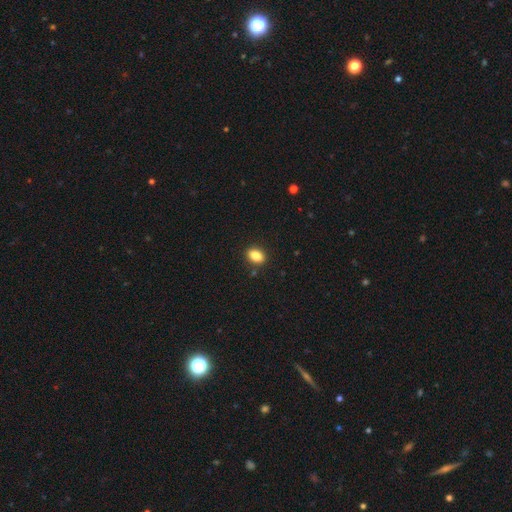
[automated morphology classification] Smooth or featured: smooth — 86% (star or artifact — 9%)
How rounded: in between — 82% (round — 16%)
Merging: none — 89% (minor disturbance — 8%)